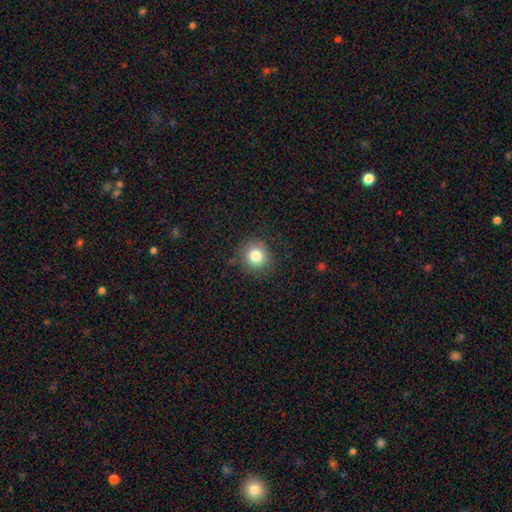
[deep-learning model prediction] smooth-or-featured: smooth: 82% | star or artifact: 11% | featured or disk: 8%
  how-rounded: round: 90% | in between: 9% | cigar-shaped: 1%
  merging: none: 85% | minor disturbance: 10% | major disturbance: 4% | merger: 1%